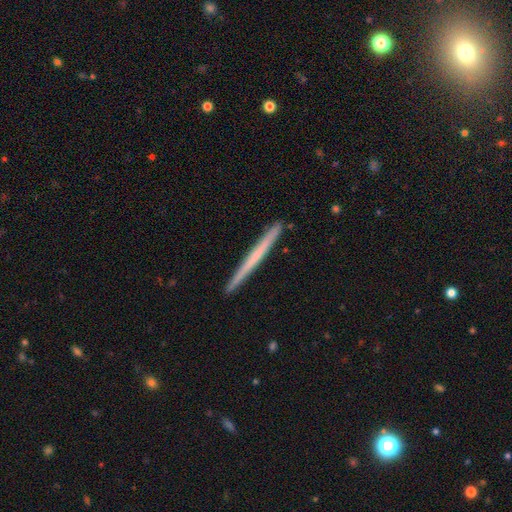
Overall: featured or disk (54%; smooth 33%). Edge-on disk: yes (100%). Edge-on bulge: none (95%). Merging: none (97%).